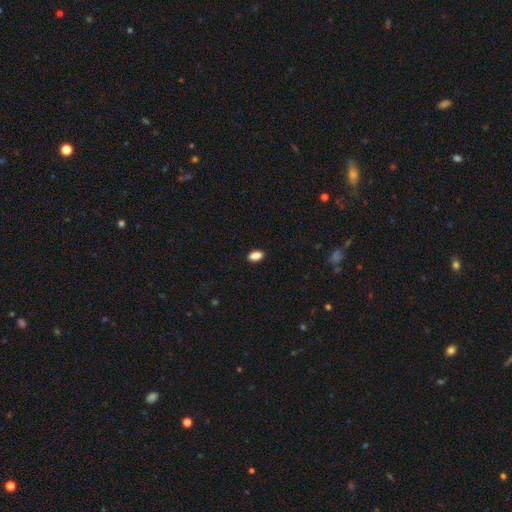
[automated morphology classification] Overall: smooth (87%). How rounded: in between (90%). Merging: none (90%).